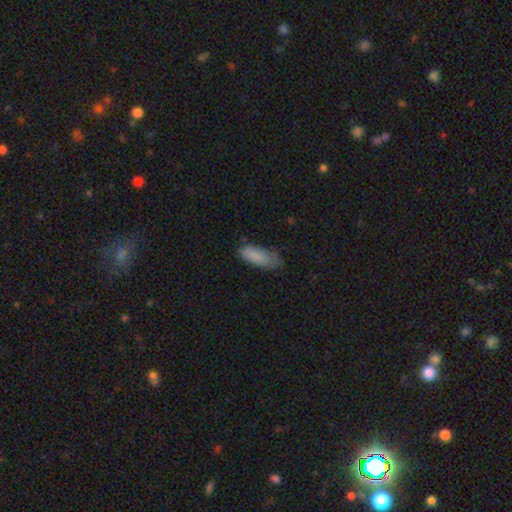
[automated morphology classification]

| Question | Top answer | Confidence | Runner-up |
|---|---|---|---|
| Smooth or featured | smooth | 85% | featured or disk (8%) |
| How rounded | in between | 71% | cigar-shaped (28%) |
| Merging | none | 51% | minor disturbance (37%) |